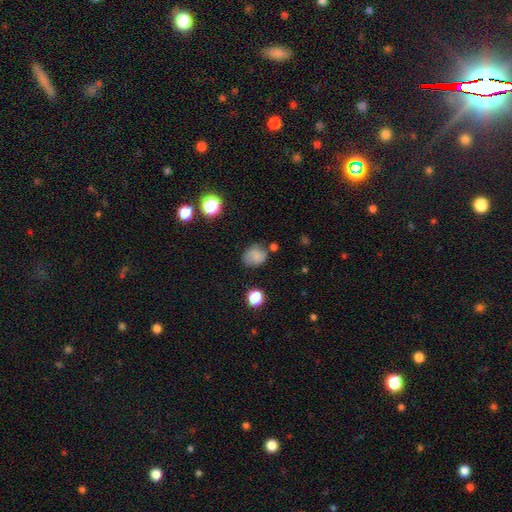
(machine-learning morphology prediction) Smooth or featured? smooth (75%)
How rounded? round (62%)
Merging? none (63%)